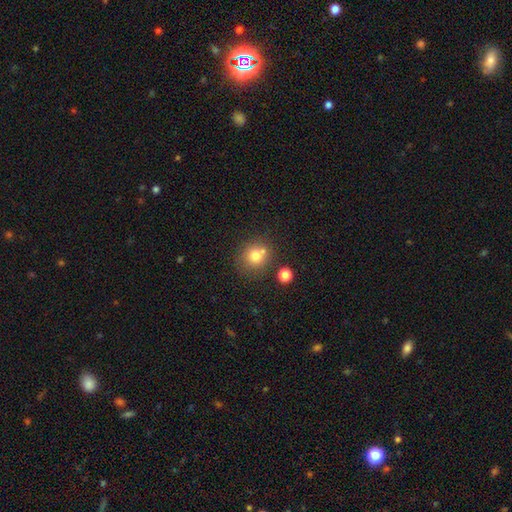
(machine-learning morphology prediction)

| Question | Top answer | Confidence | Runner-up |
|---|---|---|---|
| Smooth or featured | smooth | 76% | star or artifact (13%) |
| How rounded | round | 85% | in between (14%) |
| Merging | none | 63% | merger (22%) |